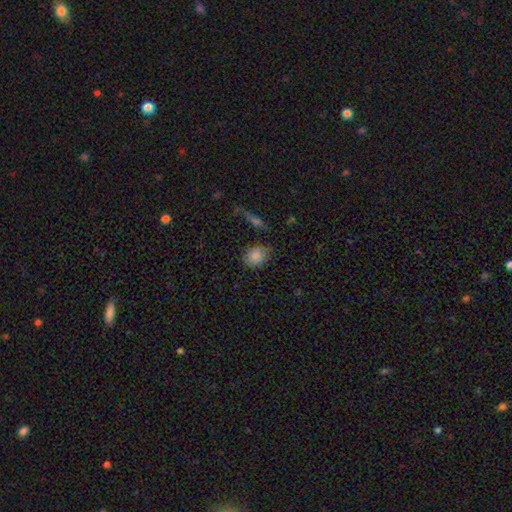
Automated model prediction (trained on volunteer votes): This appears to be a smooth galaxy with no disk features (81%) that is round (54%). Merging: none (66%).